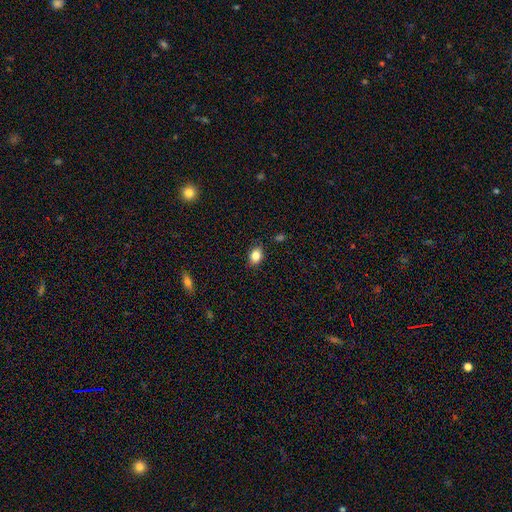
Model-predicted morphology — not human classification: Overall: smooth (85%). How rounded: in between (71%). Merging: none (85%).